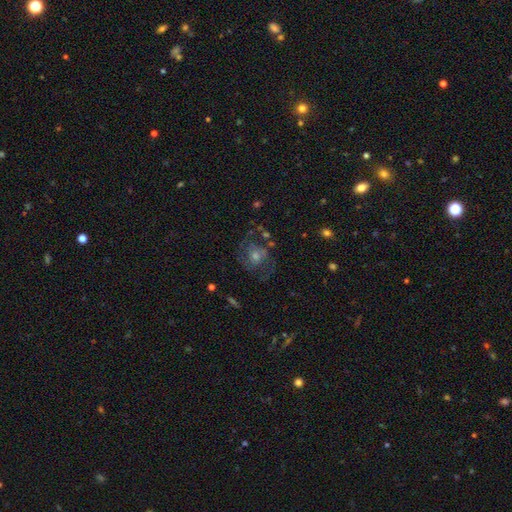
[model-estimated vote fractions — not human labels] This is likely a featured or disk galaxy (62%). It is clearly not viewed edge-on (97%). Bar: likely no (73%). Spiral arm pattern: likely yes (79%). Central bulge: possibly moderate (54%). Merging: likely none (65%).